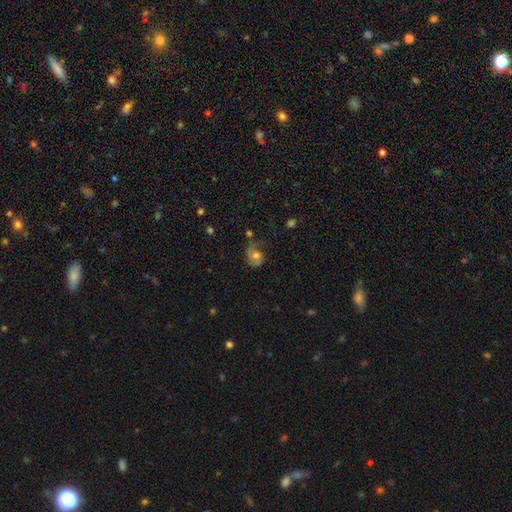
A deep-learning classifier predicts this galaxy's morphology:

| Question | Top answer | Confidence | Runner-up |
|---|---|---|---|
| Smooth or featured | featured or disk | 49% | smooth (41%) |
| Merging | none | 40% | major disturbance (28%) |